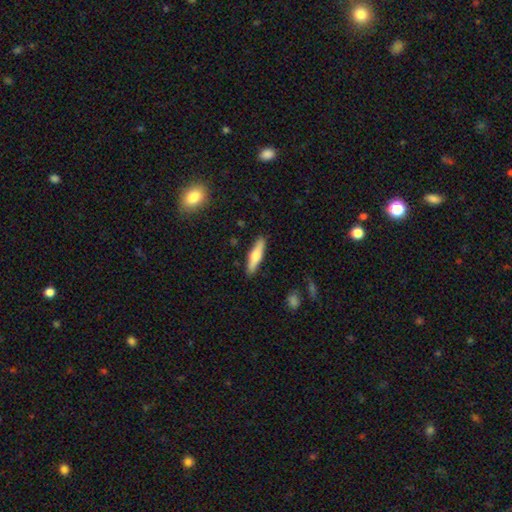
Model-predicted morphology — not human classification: Q: Smooth or featured?
A: smooth (53%); runner-up: featured or disk (41%)
Q: How rounded?
A: cigar-shaped (77%); runner-up: in between (21%)
Q: Merging?
A: none (90%); runner-up: minor disturbance (7%)